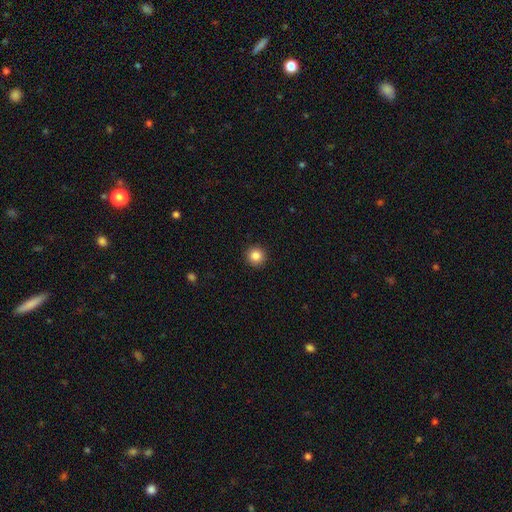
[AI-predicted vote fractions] smooth_or_featured: smooth (p=0.85) [alt: star or artifact p=0.10]
how_rounded: round (p=0.96) [alt: in between p=0.03]
merging: none (p=0.93) [alt: minor disturbance p=0.04]